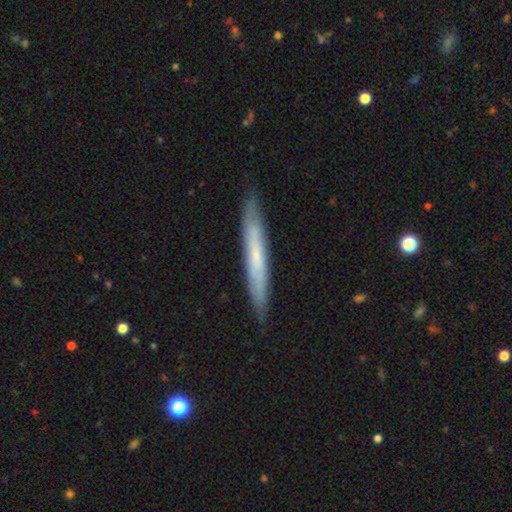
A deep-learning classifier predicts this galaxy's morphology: Smooth or featured: smooth — 47% (tied with featured or disk — 47%)
Merging: none — 87% (minor disturbance — 10%)